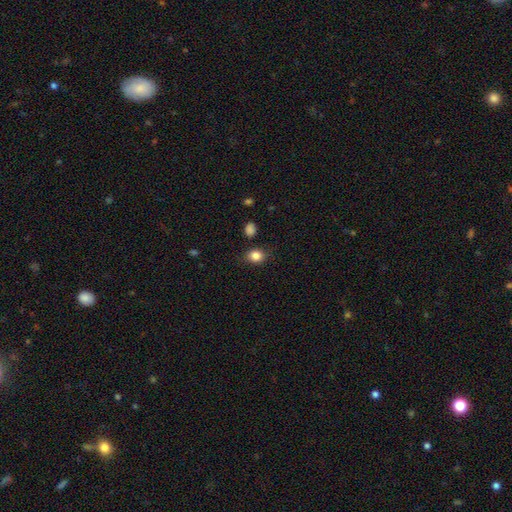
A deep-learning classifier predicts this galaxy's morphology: This appears to be a smooth galaxy with no disk features (84%) that is round (51%). Merging: none (82%).